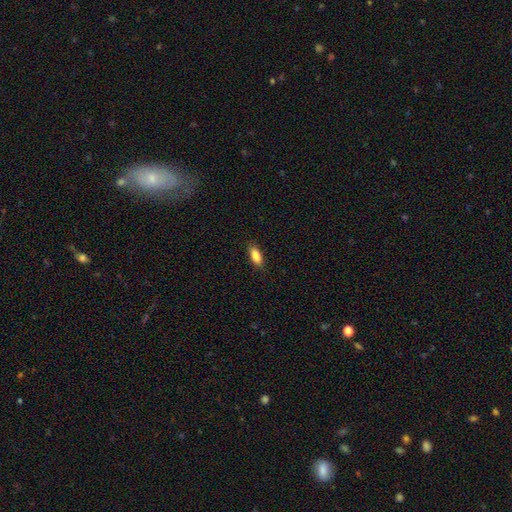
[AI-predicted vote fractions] A smooth galaxy with no disk features (87%) that is in between round and cigar-shaped (80%). Merging: none (86%).